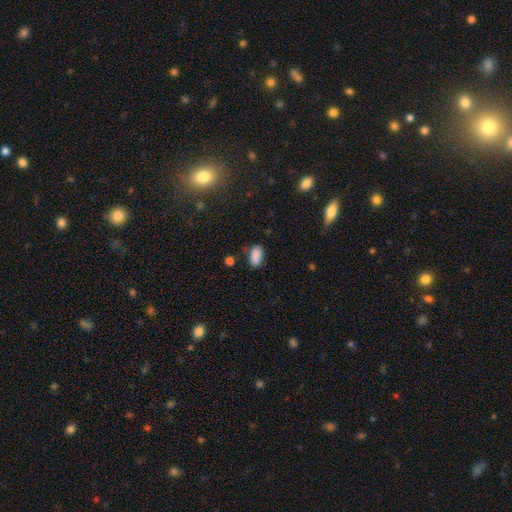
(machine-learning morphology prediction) Smooth or featured? Predicted: smooth (p=0.88). How rounded? Predicted: in between (p=0.92). Merging? Predicted: none (p=0.78).